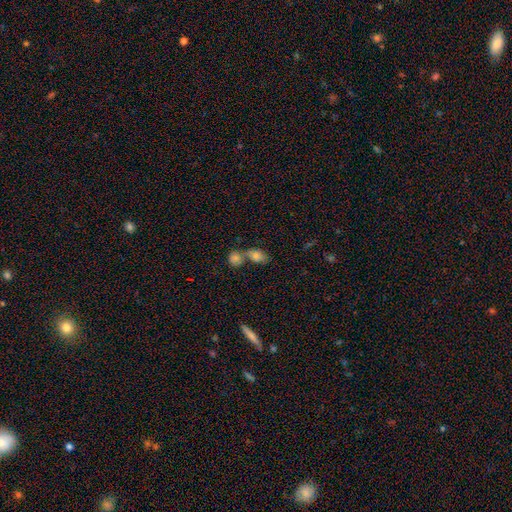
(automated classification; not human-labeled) The model was most divided on "merging": merger: 51%, none: 35%, minor disturbance: 9%, major disturbance: 4%. More confident: smooth or featured — smooth (75%); how rounded — in between (71%).